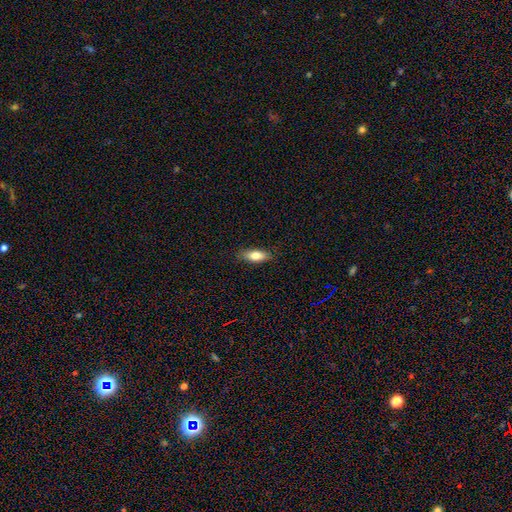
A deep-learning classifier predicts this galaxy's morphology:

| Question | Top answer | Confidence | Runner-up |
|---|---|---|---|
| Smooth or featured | smooth | 79% | featured or disk (14%) |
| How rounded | in between | 76% | cigar-shaped (21%) |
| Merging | none | 86% | minor disturbance (11%) |